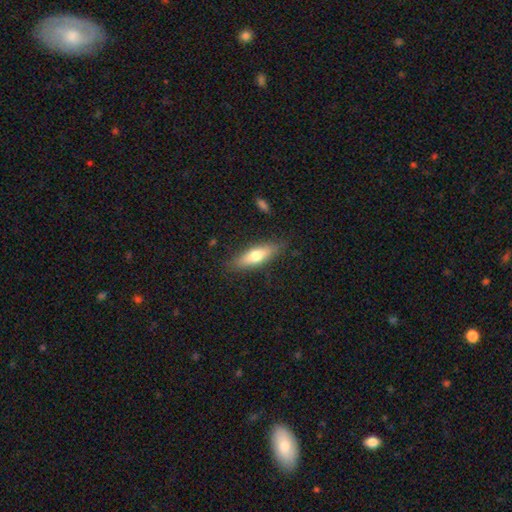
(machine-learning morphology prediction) A smooth galaxy with no disk features (65%) that is cigar-shaped (50%).

Vote fractions:
- Smooth or featured? smooth: 65% / featured or disk: 29% / star or artifact: 6%
- How rounded? cigar-shaped: 50% / in between: 48% / round: 2%
- Merging? none: 82% / minor disturbance: 13% / major disturbance: 3% / merger: 2%